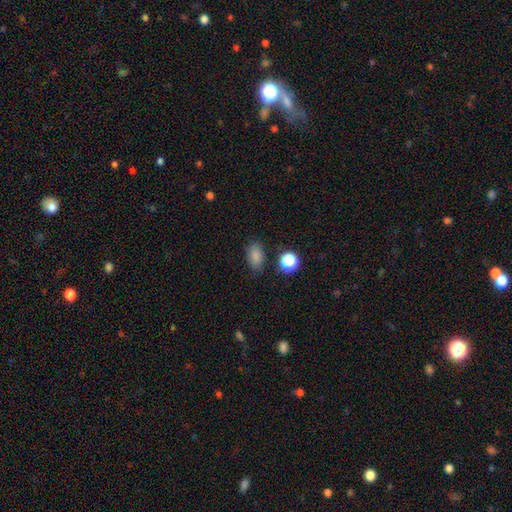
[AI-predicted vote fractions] This is clearly a smooth galaxy (83%). How rounded: clearly in between (85%). Merging: clearly none (80%).